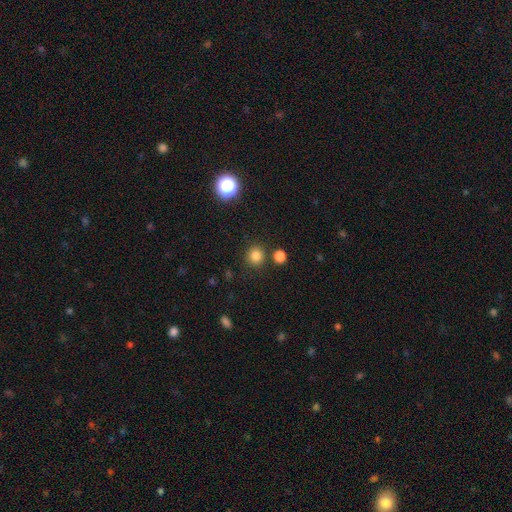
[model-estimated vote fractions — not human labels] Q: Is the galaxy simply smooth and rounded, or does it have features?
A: smooth — 82%.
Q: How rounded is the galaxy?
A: round — 90%.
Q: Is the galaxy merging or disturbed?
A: none — 84%.